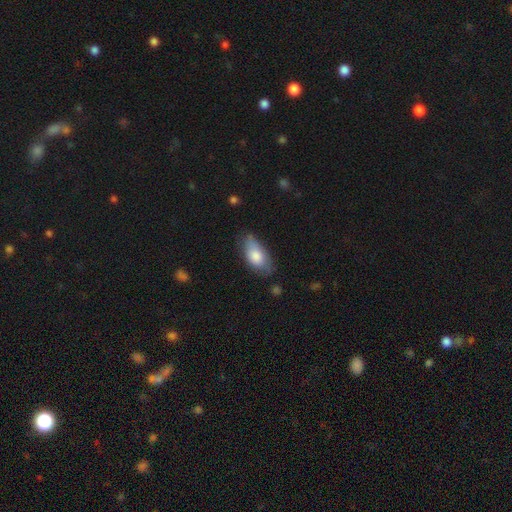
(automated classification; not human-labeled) This is likely a smooth galaxy (77%). How rounded: clearly in between (91%). Merging: likely none (60%).